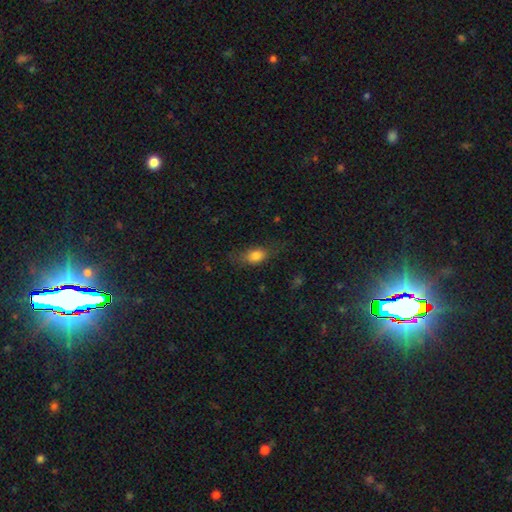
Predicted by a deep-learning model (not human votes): The model was most divided on "merging": none: 60%, minor disturbance: 25%, major disturbance: 13%, merger: 2%. More confident: how rounded — in between (79%); smooth or featured — smooth (78%).